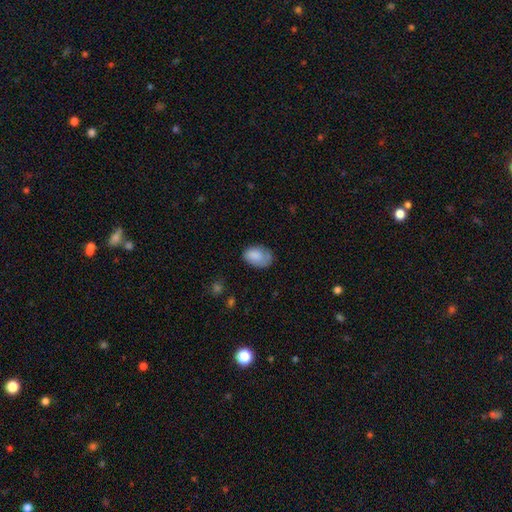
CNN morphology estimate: type=smooth (82%); roundness=in between (86%); merging=none (59%).